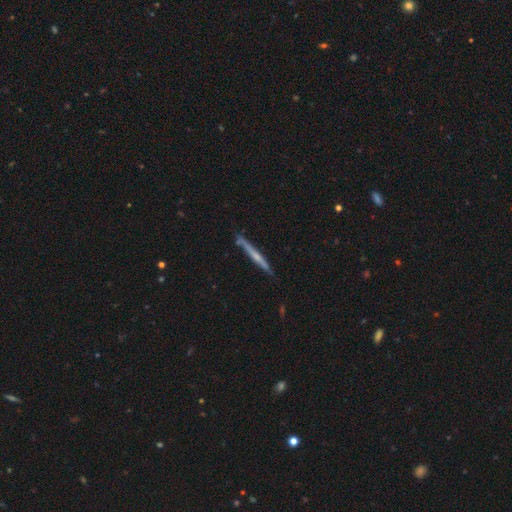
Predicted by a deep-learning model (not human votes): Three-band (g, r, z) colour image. It shows a featured or disk galaxy (56%) viewed edge-on (96%) with no central bulge (56%). Merging: none (82%).